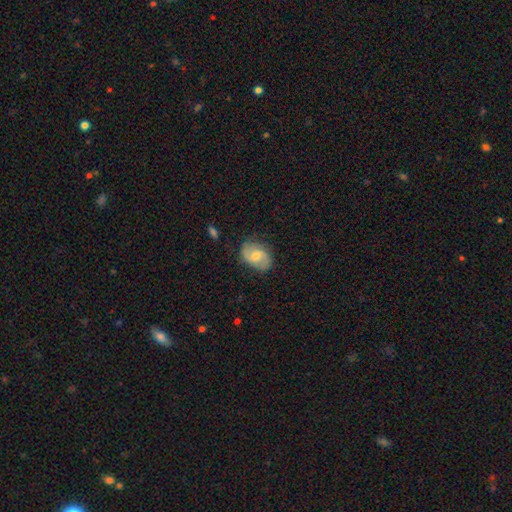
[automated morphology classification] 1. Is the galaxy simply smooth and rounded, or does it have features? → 56% featured or disk, 37% smooth, 7% star or artifact.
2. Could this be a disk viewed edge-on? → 97% no, 3% yes.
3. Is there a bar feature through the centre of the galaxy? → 53% no, 40% weak, 7% strong.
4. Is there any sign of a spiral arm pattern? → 86% yes, 14% no.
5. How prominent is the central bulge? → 54% moderate, 40% small, 3% large, 2% none, 1% dominant.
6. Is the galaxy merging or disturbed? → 74% none, 20% minor disturbance, 5% major disturbance, 1% merger.